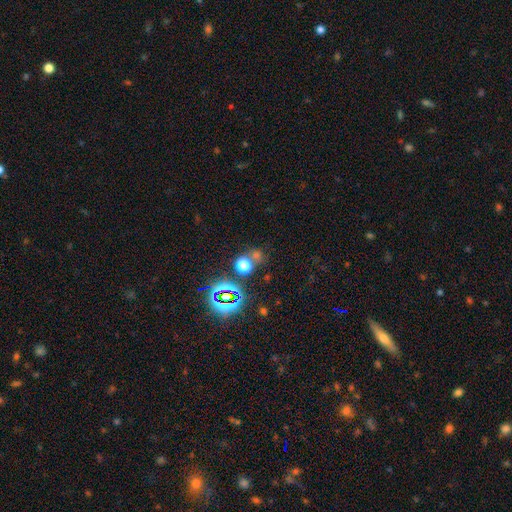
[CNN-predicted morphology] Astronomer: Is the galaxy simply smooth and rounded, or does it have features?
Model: smooth — 46%, tied with star or artifact at 46%.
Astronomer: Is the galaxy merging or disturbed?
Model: none — 63%.